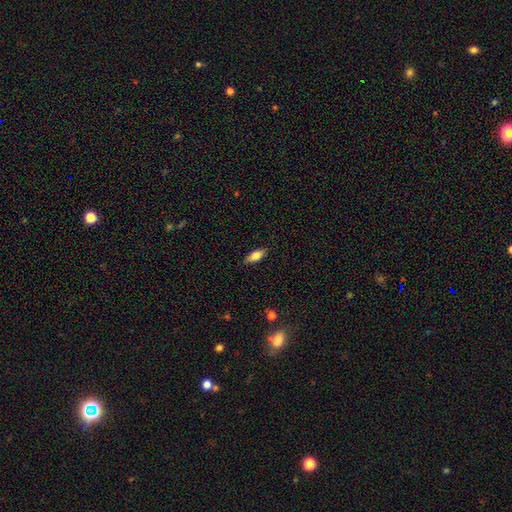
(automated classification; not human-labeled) Smooth or featured? Predicted: smooth (p=0.75). How rounded? Predicted: in between (p=0.77). Merging? Predicted: none (p=0.86).